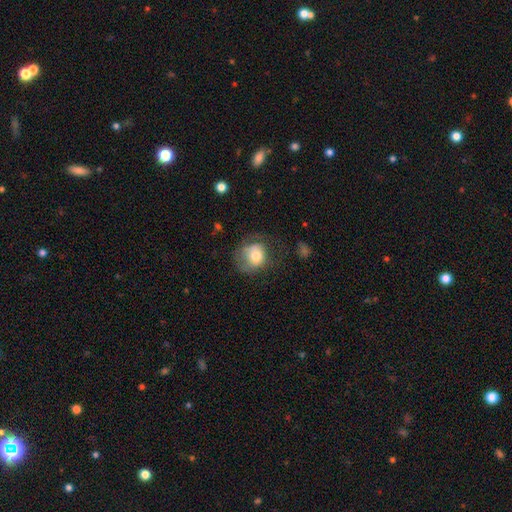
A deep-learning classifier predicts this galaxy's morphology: Q: Smooth or featured?
A: smooth (69%); runner-up: featured or disk (21%)
Q: How rounded?
A: round (70%); runner-up: in between (30%)
Q: Merging?
A: none (42%); runner-up: minor disturbance (28%)